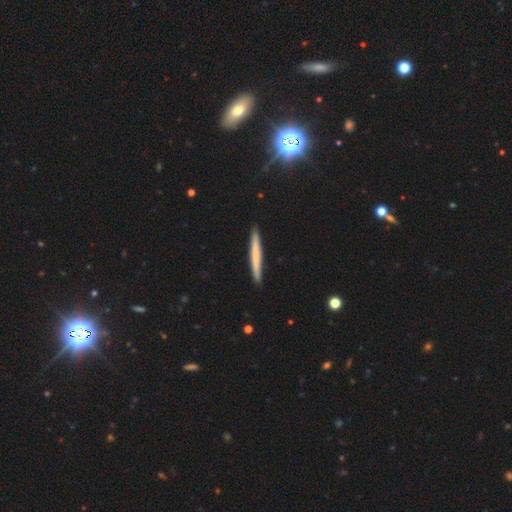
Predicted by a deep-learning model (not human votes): smooth_or_featured: smooth (p=0.62) [alt: featured or disk p=0.33]
how_rounded: cigar-shaped (p=0.97) [alt: in between p=0.02]
merging: none (p=0.92) [alt: minor disturbance p=0.06]